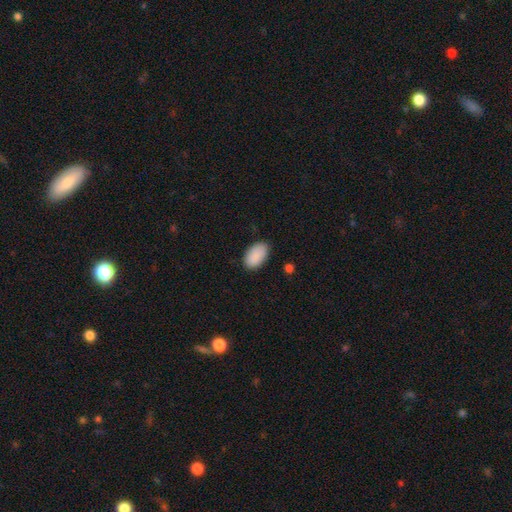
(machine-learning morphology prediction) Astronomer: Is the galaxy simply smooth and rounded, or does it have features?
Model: smooth — 90%.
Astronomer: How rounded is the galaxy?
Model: in between — 95%.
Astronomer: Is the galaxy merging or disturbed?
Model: none — 85%.